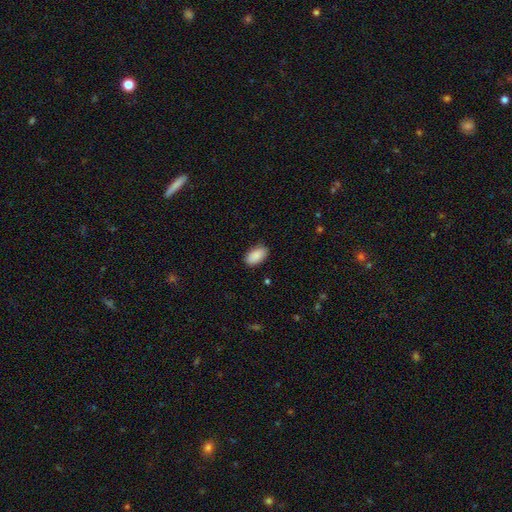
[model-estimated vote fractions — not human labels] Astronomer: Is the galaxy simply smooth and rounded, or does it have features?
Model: smooth — 90%.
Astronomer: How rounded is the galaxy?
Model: in between — 94%.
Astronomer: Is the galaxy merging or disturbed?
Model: none — 85%.